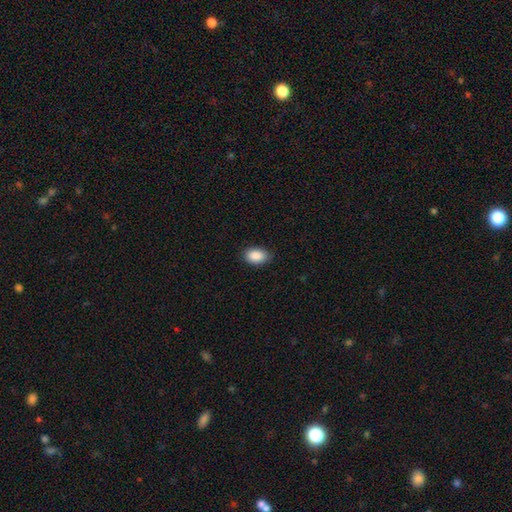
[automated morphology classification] This appears to be a smooth galaxy with no disk features (90%) that is in between round and cigar-shaped (91%). Merging: none (83%).